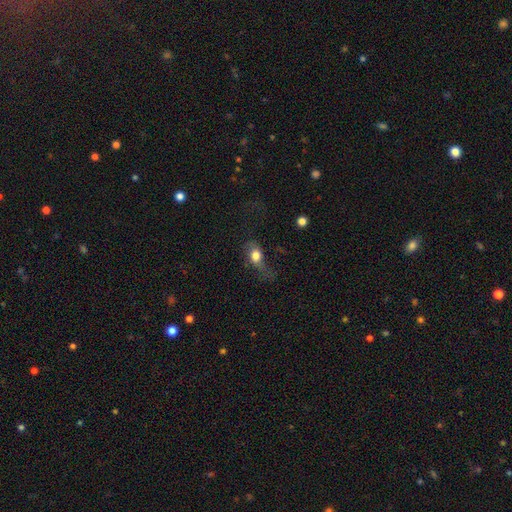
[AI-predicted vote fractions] Smooth or featured: smooth — 71% (featured or disk — 20%)
How rounded: in between — 66% (round — 30%)
Merging: major disturbance — 41% (none — 32%)